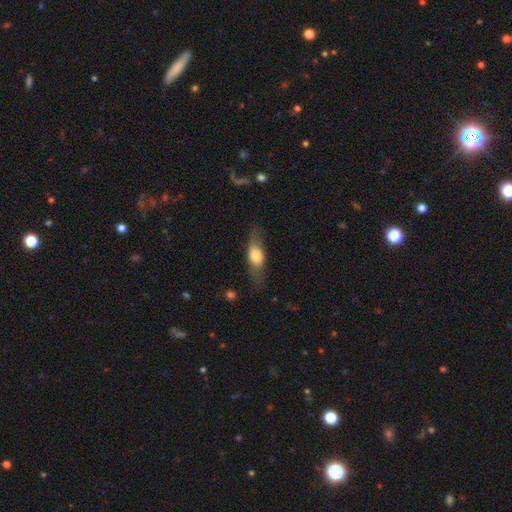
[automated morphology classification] This appears to be a smooth galaxy with no disk features (56%) that is in between round and cigar-shaped (58%). Merging: none (73%).